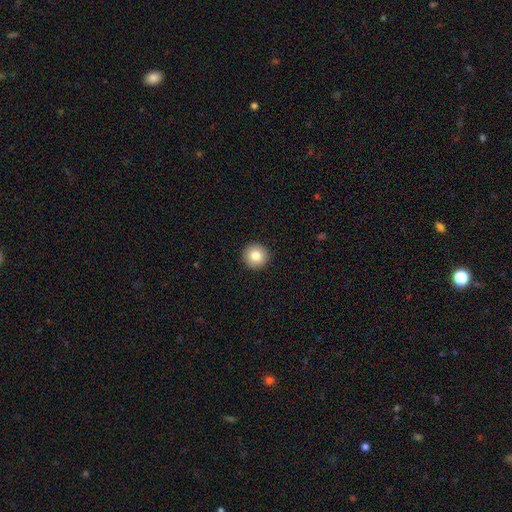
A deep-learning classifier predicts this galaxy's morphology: This appears to be a smooth galaxy with no disk features (83%) that is round (96%). Merging: none (93%).